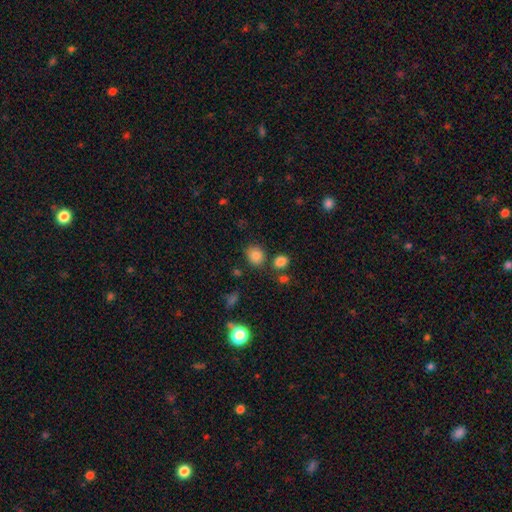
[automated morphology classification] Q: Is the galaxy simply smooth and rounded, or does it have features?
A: smooth — 84%.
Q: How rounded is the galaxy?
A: round — 62%.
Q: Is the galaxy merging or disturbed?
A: none — 75%.